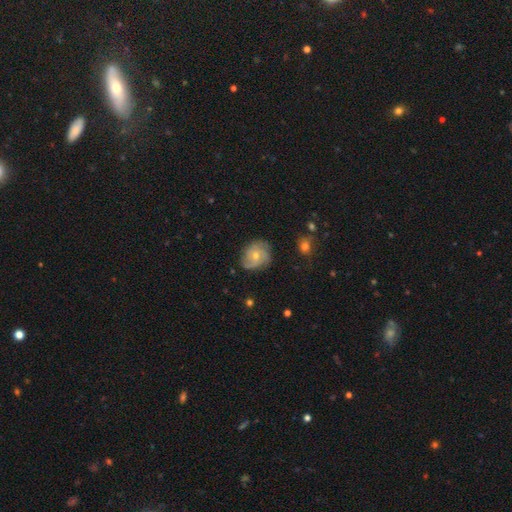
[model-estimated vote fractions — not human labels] Q: Smooth or featured?
A: featured or disk (63%); runner-up: smooth (30%)
Q: Edge-on disk?
A: no (97%); runner-up: yes (3%)
Q: Bar?
A: no (72%); runner-up: weak (25%)
Q: Spiral arms?
A: yes (89%); runner-up: no (11%)
Q: Spiral winding?
A: tight (44%); runner-up: medium (39%)
Q: Spiral arm count?
A: 3 (29%); runner-up: 2 (28%)
Q: Bulge size?
A: small (52%); runner-up: moderate (44%)
Q: Merging?
A: none (69%); runner-up: minor disturbance (23%)